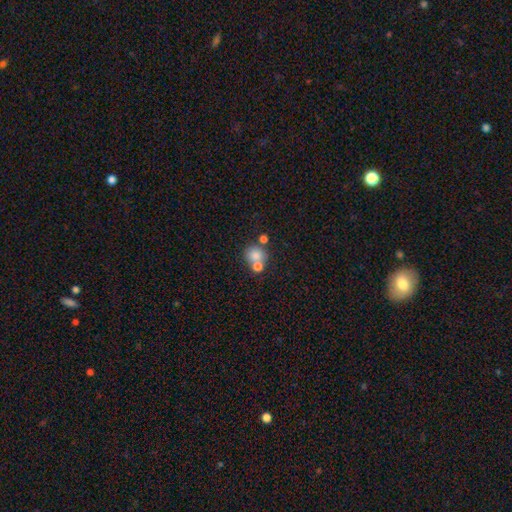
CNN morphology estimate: Smooth or featured?
  - smooth: 77% *
  - star or artifact: 12%
  - featured or disk: 11%
How rounded?
  - round: 84% *
  - in between: 15%
  - cigar-shaped: 1%
Merging?
  - none: 50% *
  - merger: 37%
  - minor disturbance: 8%
  - major disturbance: 4%